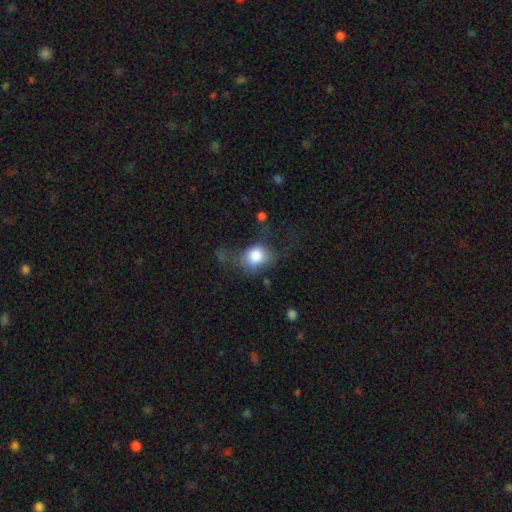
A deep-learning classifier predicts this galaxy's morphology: This is likely a smooth galaxy (76%). How rounded: possibly round (55%). Merging: marginally major disturbance (37%).